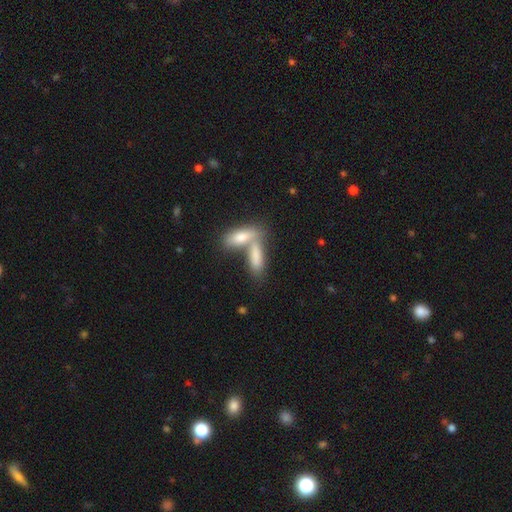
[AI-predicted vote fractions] Smooth or featured: smooth — 81% (featured or disk — 13%)
How rounded: in between — 59% (cigar-shaped — 38%)
Merging: merger — 58% (none — 30%)